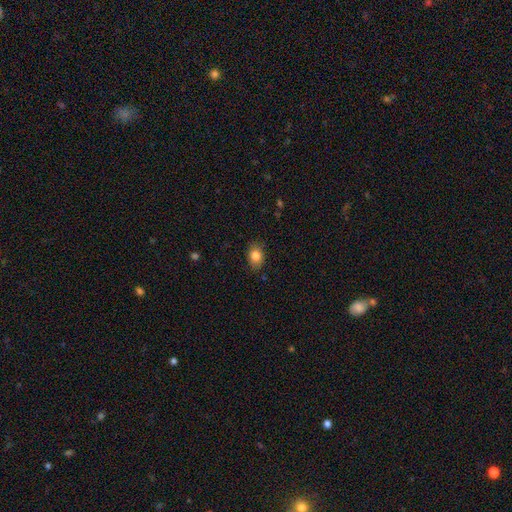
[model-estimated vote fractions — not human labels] A smooth galaxy with no disk features (83%) that is in between round and cigar-shaped (69%).

Vote fractions:
- Smooth or featured? smooth: 83% / star or artifact: 9% / featured or disk: 8%
- How rounded? in between: 69% / round: 30% / cigar-shaped: 1%
- Merging? none: 82% / minor disturbance: 14% / major disturbance: 3% / merger: 1%